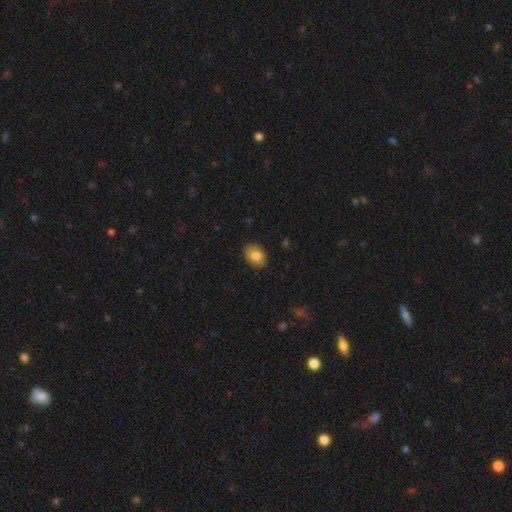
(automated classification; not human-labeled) Morphology: type=smooth (83%); roundness=in between (76%); merging=none (88%).